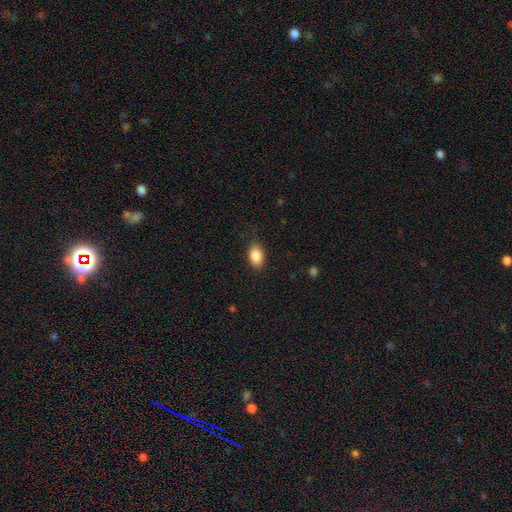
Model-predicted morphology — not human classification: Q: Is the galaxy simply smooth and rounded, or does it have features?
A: smooth — 87%.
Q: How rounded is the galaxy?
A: in between — 90%.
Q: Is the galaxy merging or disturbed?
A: none — 84%.